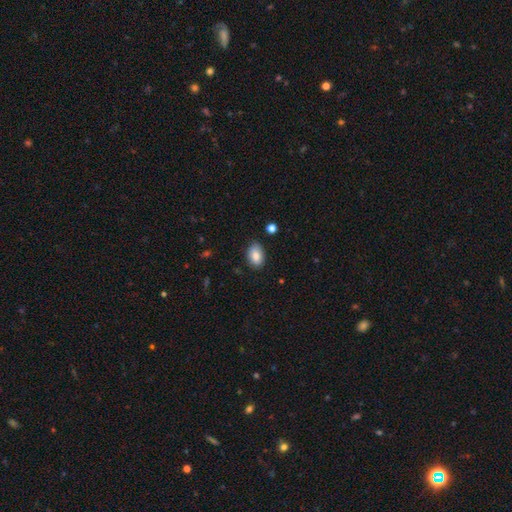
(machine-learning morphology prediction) Q: Smooth or featured?
A: smooth (82%); runner-up: featured or disk (10%)
Q: How rounded?
A: in between (88%); runner-up: round (11%)
Q: Merging?
A: none (82%); runner-up: minor disturbance (14%)